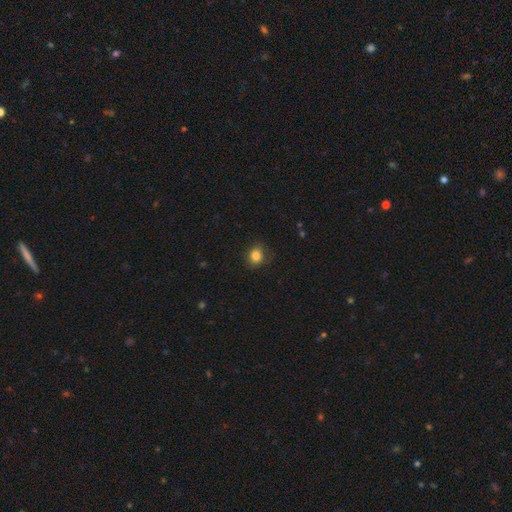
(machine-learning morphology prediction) smooth_or_featured: smooth (p=0.84) [alt: star or artifact p=0.10]
how_rounded: round (p=0.65) [alt: in between p=0.34]
merging: none (p=0.79) [alt: minor disturbance p=0.16]